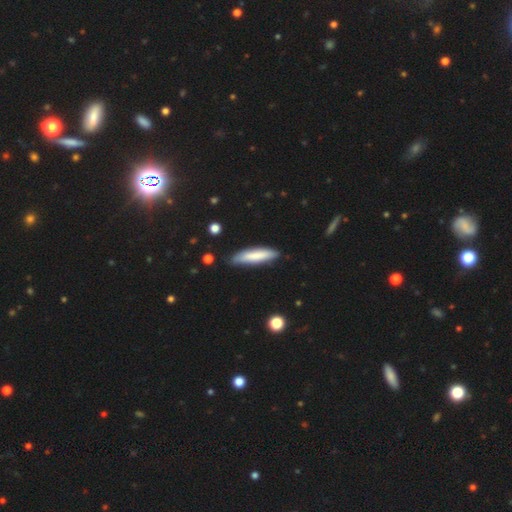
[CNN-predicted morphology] Overall: smooth (76%). How rounded: cigar-shaped (80%). Merging: none (82%).